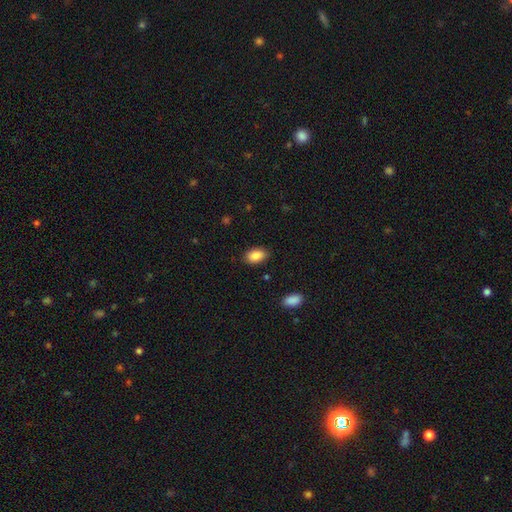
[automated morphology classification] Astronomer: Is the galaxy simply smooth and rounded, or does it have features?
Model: smooth — 88%.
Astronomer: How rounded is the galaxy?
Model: in between — 92%.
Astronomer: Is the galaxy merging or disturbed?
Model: none — 86%.